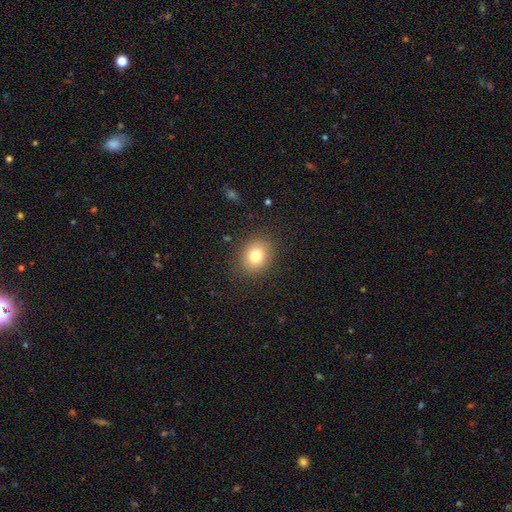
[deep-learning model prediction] smooth-or-featured: smooth: 79% | star or artifact: 11% | featured or disk: 10%
  how-rounded: round: 61% | in between: 38% | cigar-shaped: 1%
  merging: none: 87% | minor disturbance: 9% | major disturbance: 3% | merger: 1%